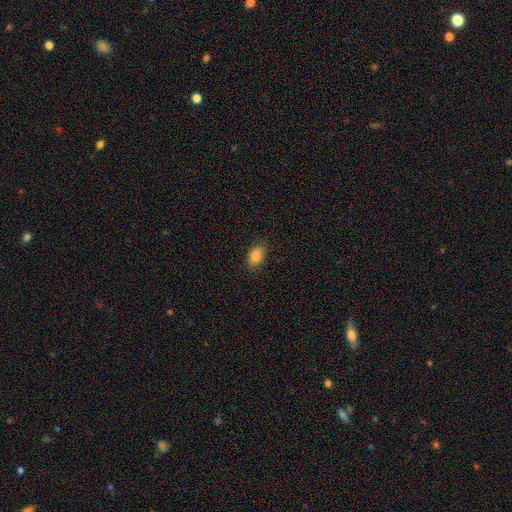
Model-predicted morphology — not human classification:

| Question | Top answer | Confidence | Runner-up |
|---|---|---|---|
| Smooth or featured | smooth | 87% | star or artifact (8%) |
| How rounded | in between | 87% | round (12%) |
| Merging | none | 84% | minor disturbance (12%) |